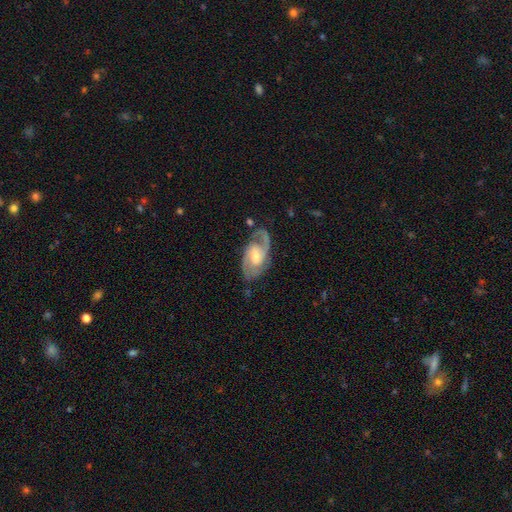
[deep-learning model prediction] Morphology: type=featured or disk (88%); edge-on=no (96%); bar=weak (50%); spiral arms=yes (97%); winding=medium (54%); arm count=2 (87%); bulge=moderate (50%); merging=none (75%).